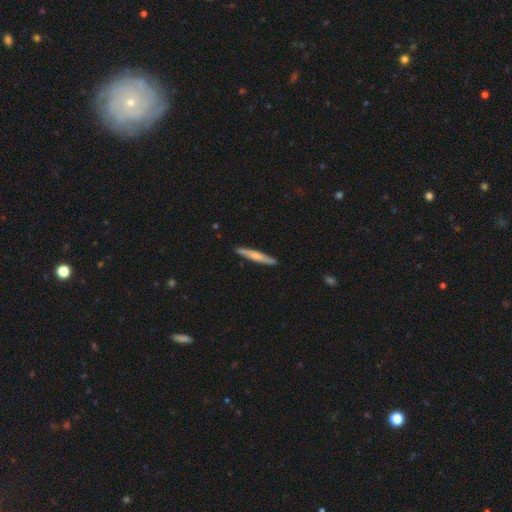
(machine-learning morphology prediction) Smooth or featured: smooth — 58% (featured or disk — 37%)
How rounded: cigar-shaped — 95% (in between — 4%)
Merging: none — 91% (minor disturbance — 7%)